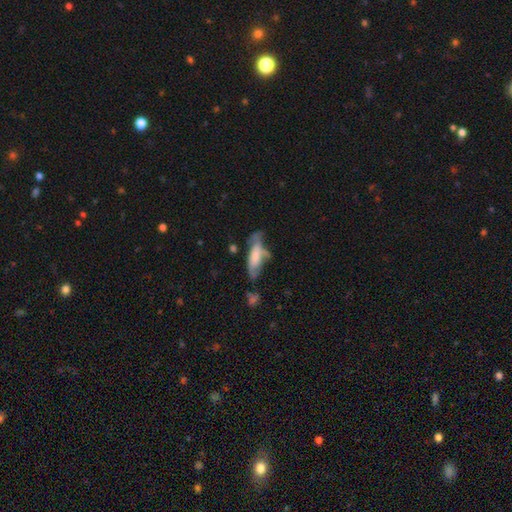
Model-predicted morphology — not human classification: Smooth or featured? smooth (61%)
How rounded? in between (60%)
Merging? none (33%)